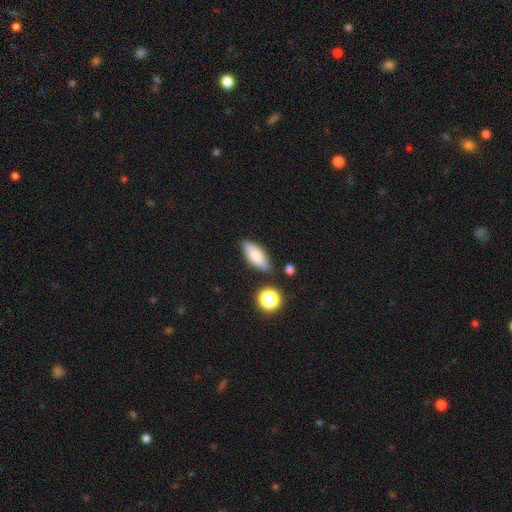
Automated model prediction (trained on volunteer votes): A smooth galaxy with no disk features (79%) that is in between round and cigar-shaped (75%).

Vote fractions:
- Smooth or featured? smooth: 79% / featured or disk: 13% / star or artifact: 8%
- How rounded? in between: 75% / cigar-shaped: 22% / round: 3%
- Merging? none: 80% / minor disturbance: 13% / merger: 4% / major disturbance: 3%